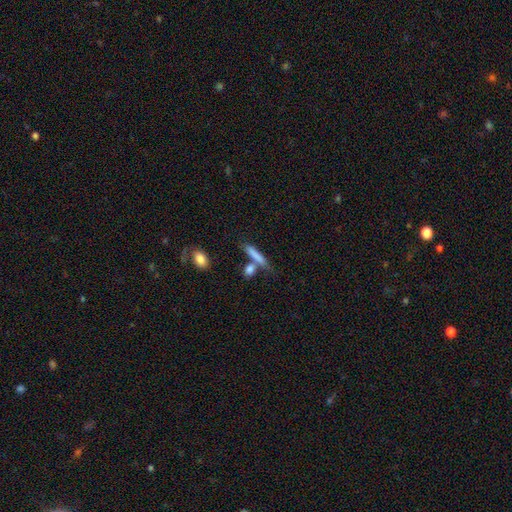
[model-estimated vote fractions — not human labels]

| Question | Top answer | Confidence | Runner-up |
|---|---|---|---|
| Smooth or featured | smooth | 78% | featured or disk (15%) |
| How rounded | cigar-shaped | 78% | in between (17%) |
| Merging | none | 59% | merger (22%) |